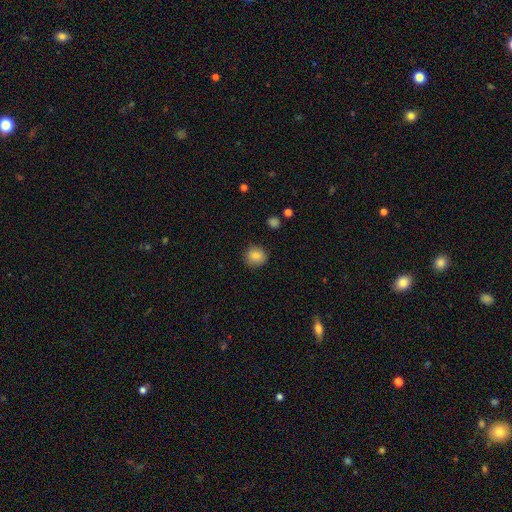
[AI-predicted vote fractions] smooth-or-featured: smooth: 83% | star or artifact: 9% | featured or disk: 7%
  how-rounded: round: 88% | in between: 11% | cigar-shaped: 1%
  merging: none: 87% | minor disturbance: 9% | major disturbance: 2% | merger: 1%